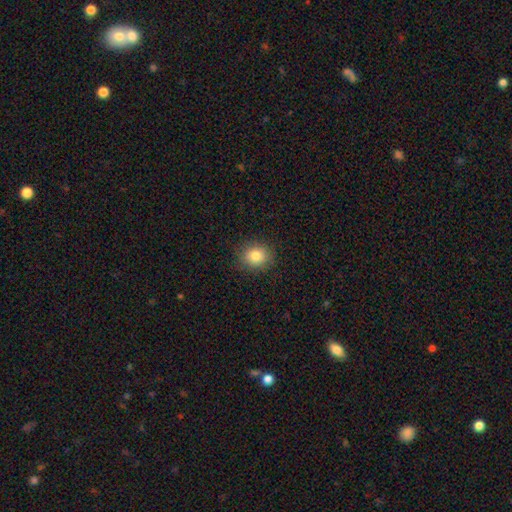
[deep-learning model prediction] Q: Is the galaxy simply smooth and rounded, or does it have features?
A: smooth — 82%.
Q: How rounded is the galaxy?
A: round — 69%.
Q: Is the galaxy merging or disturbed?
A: none — 88%.